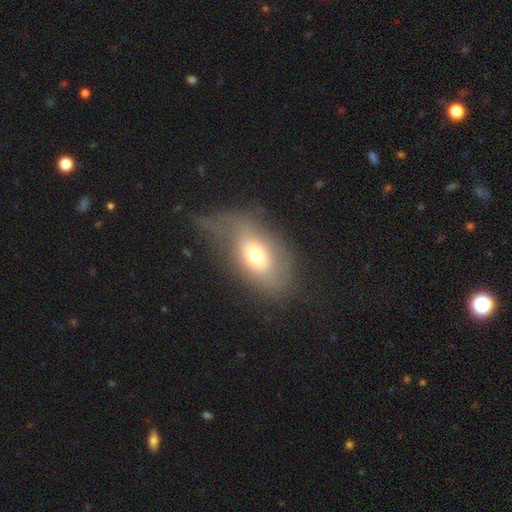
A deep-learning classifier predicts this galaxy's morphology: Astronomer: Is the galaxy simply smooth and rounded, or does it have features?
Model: smooth — 65%.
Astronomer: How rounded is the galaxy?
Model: in between — 79%.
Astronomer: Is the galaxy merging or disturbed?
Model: major disturbance — 36%, tied with none at 36%.